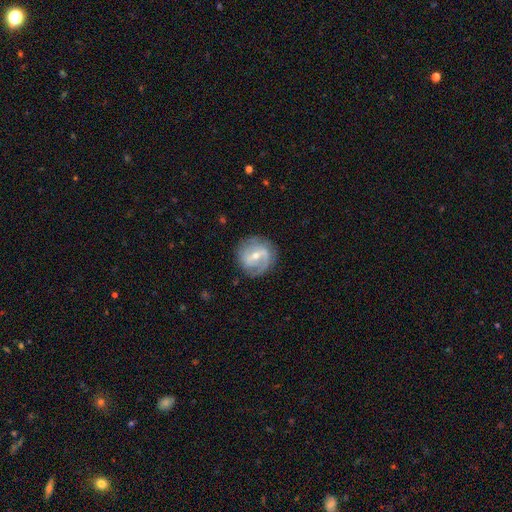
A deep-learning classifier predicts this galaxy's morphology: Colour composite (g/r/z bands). It shows a featured or disk galaxy (76%) with a weak bar (46%), 2 (65%) medium (42%) spiral arms (83%) and a moderate central bulge (48%, tied with small). Merging: none (79%).